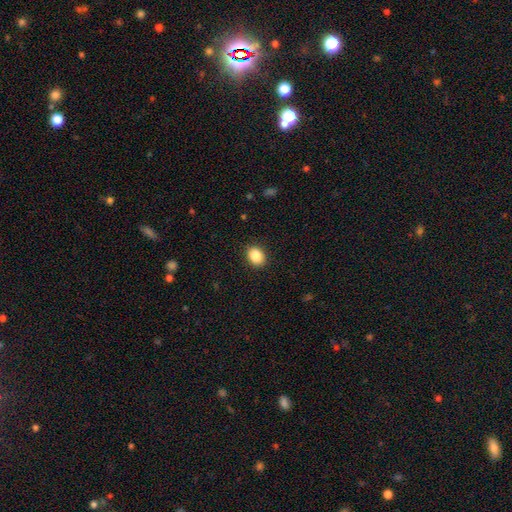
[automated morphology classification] smooth_or_featured: smooth (p=0.87) [alt: star or artifact p=0.08]
how_rounded: in between (p=0.62) [alt: round p=0.38]
merging: none (p=0.90) [alt: minor disturbance p=0.07]